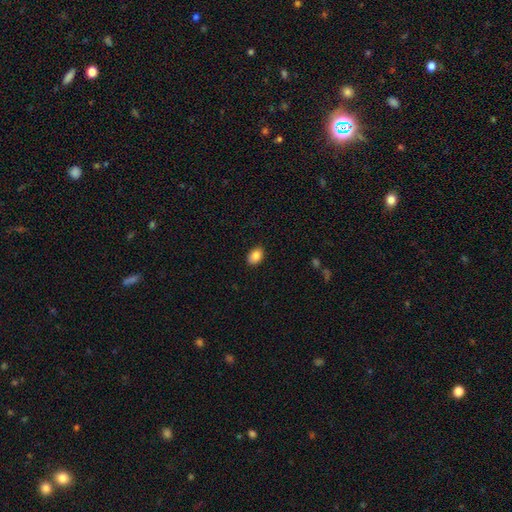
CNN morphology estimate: A smooth galaxy with no disk features (86%) that is in between round and cigar-shaped (79%).

Vote fractions:
- Smooth or featured? smooth: 86% / star or artifact: 8% / featured or disk: 5%
- How rounded? in between: 79% / round: 20% / cigar-shaped: 1%
- Merging? none: 89% / minor disturbance: 9% / major disturbance: 2% / merger: 1%